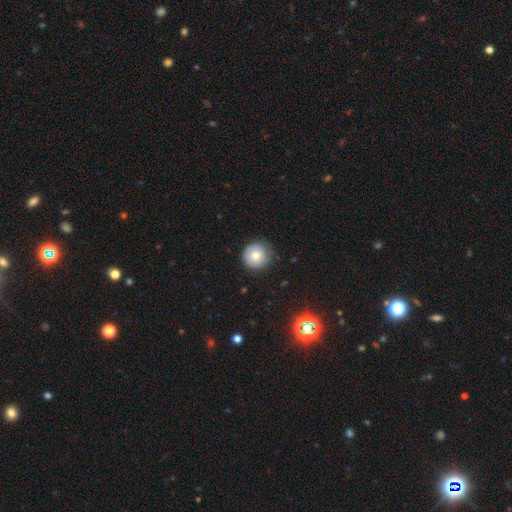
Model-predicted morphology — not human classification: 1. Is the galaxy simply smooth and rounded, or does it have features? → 73% smooth, 17% featured or disk, 10% star or artifact.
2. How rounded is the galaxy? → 95% round, 4% in between, 1% cigar-shaped.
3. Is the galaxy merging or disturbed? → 83% none, 13% minor disturbance, 3% major disturbance, 1% merger.